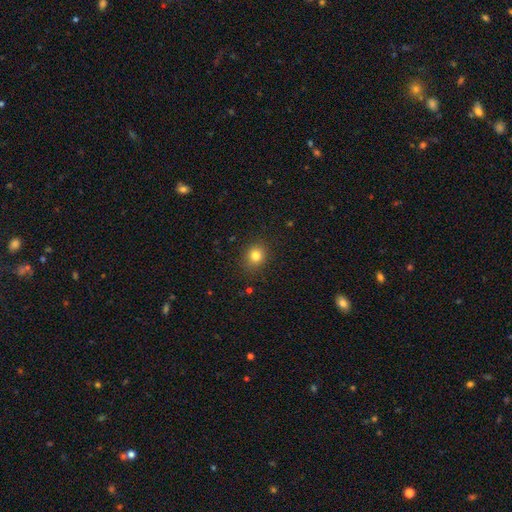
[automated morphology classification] This is clearly a smooth galaxy (81%). How rounded: likely round (79%). Merging: clearly none (88%).